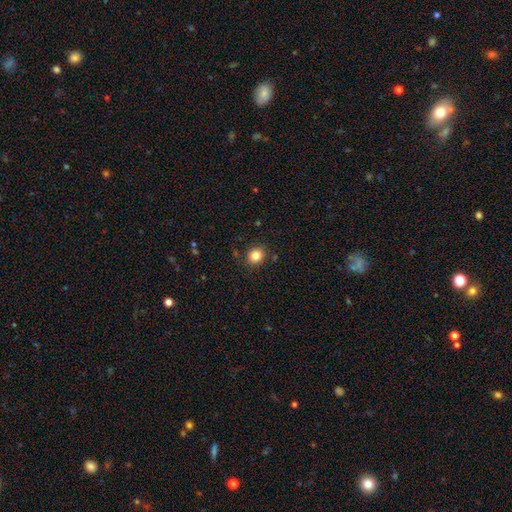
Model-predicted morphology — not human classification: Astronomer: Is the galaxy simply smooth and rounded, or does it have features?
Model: smooth — 83%.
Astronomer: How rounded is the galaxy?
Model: round — 77%.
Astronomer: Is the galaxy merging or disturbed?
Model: none — 87%.